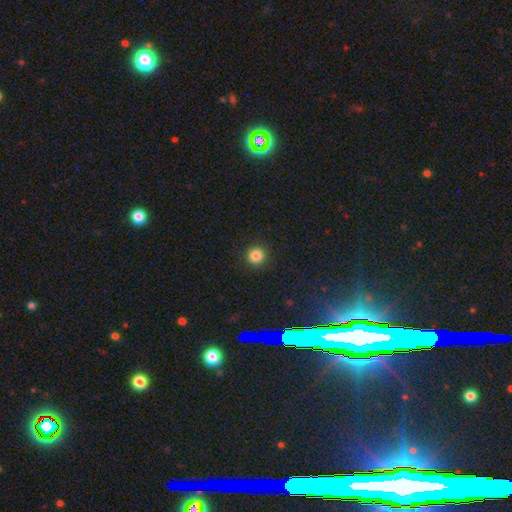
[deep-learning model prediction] A smooth galaxy with no disk features (84%) that is round (94%).

Vote fractions:
- Smooth or featured? smooth: 84% / star or artifact: 12% / featured or disk: 4%
- How rounded? round: 94% / in between: 5% / cigar-shaped: 1%
- Merging? none: 91% / minor disturbance: 6% / major disturbance: 2% / merger: 1%